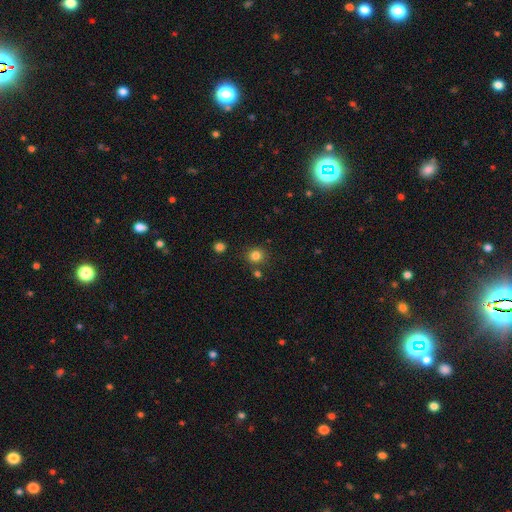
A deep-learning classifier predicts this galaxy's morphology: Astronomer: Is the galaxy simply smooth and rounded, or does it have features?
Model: smooth — 83%.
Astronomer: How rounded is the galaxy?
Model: round — 87%.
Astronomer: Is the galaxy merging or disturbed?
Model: none — 81%.